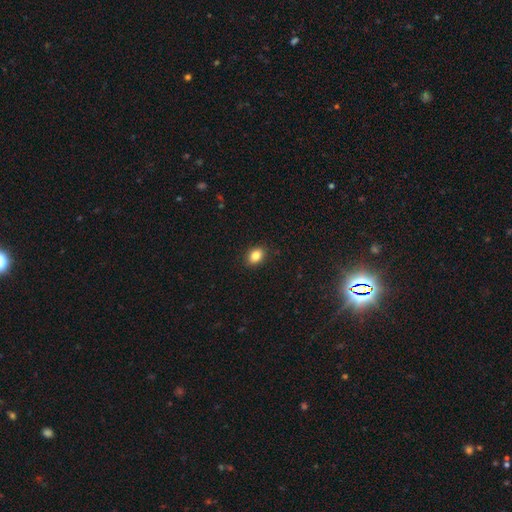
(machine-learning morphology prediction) Overall: smooth (84%). How rounded: in between (71%). Merging: none (89%).